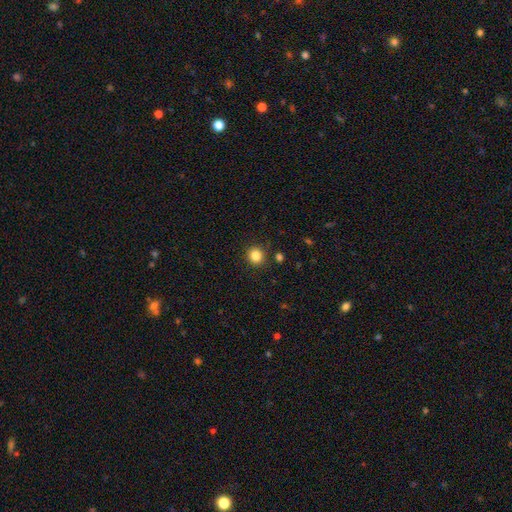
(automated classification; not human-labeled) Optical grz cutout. It shows a smooth galaxy with no disk features (84%) that is round (91%). Merging: none (89%).